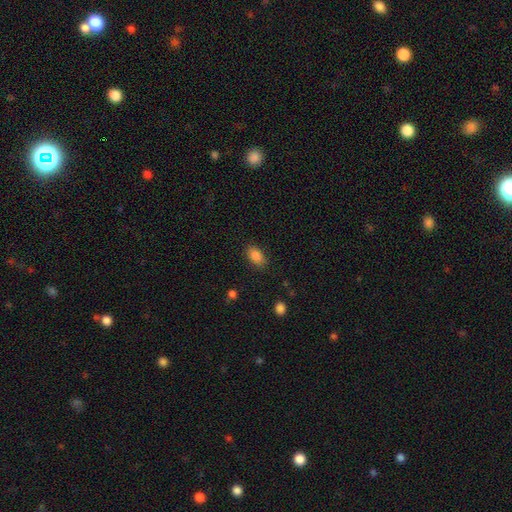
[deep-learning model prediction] Morphology: type=smooth (87%); roundness=in between (90%); merging=none (84%).